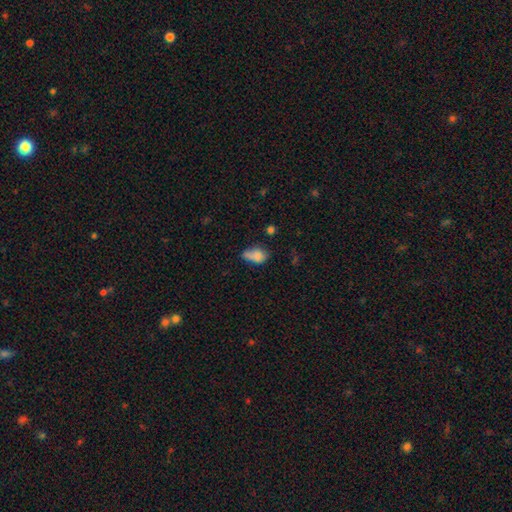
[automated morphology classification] This is likely a smooth galaxy (78%). How rounded: clearly in between (81%). Merging: marginally none (36%).